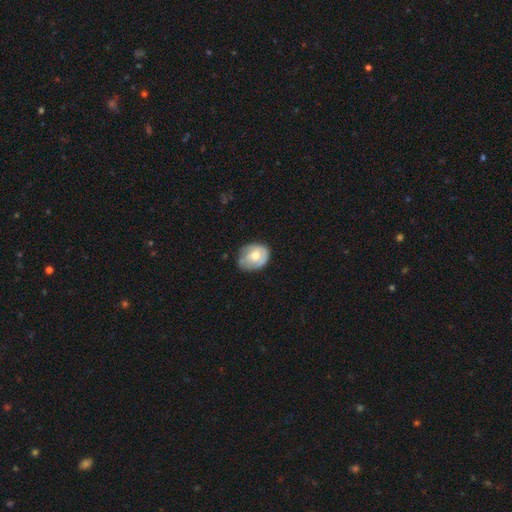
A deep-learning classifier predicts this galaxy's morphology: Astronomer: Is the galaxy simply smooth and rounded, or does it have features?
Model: smooth — 51% (runner-up: featured or disk, 42%).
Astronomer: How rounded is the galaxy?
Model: in between — 52% (runner-up: round, 47%).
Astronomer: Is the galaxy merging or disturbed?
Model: none — 55% (runner-up: minor disturbance, 32%).